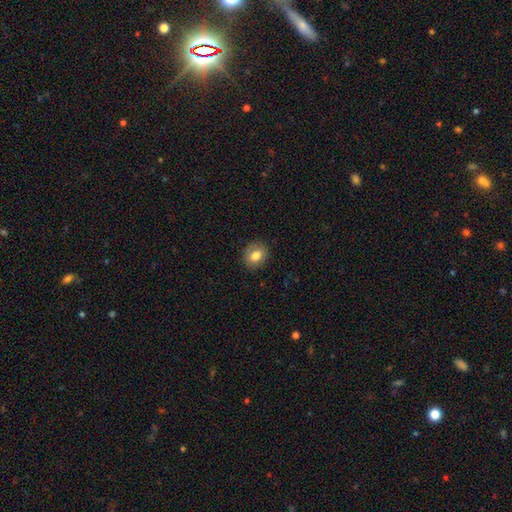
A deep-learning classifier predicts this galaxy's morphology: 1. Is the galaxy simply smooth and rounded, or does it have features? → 80% smooth, 11% featured or disk, 9% star or artifact.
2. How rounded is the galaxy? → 54% round, 45% in between, 1% cigar-shaped.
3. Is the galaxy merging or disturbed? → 86% none, 10% minor disturbance, 3% major disturbance, 1% merger.